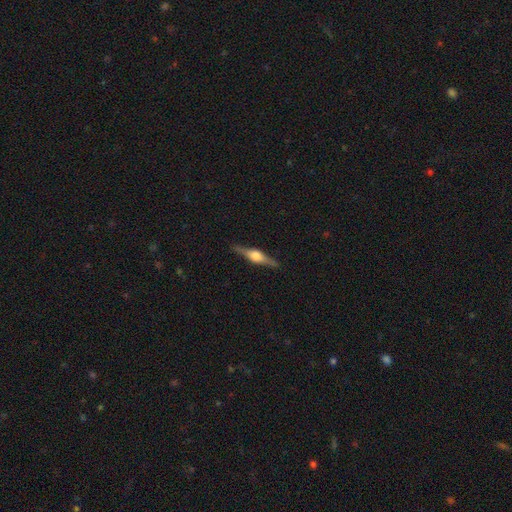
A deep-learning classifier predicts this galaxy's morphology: Smooth or featured?
  - featured or disk: 78% *
  - smooth: 17%
  - star or artifact: 6%
Edge-on disk?
  - yes: 98% *
  - no: 2%
Edge-on bulge?
  - rounded: 89% *
  - boxy: 9%
  - none: 2%
Merging?
  - none: 89% *
  - minor disturbance: 8%
  - major disturbance: 2%
  - merger: 1%